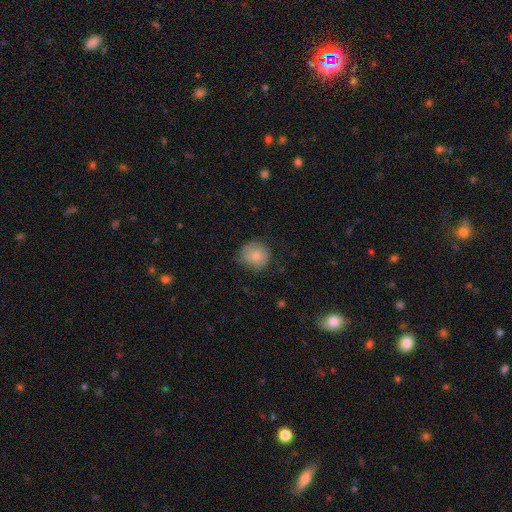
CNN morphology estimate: Smooth or featured: smooth — 82% (featured or disk — 10%)
How rounded: round — 88% (in between — 11%)
Merging: none — 68% (minor disturbance — 25%)